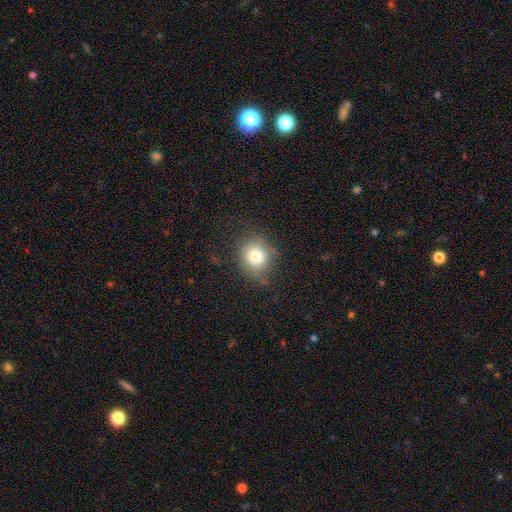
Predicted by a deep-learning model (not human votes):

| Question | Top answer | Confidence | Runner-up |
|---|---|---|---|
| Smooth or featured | smooth | 80% | star or artifact (11%) |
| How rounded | round | 74% | in between (25%) |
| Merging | none | 75% | minor disturbance (18%) |